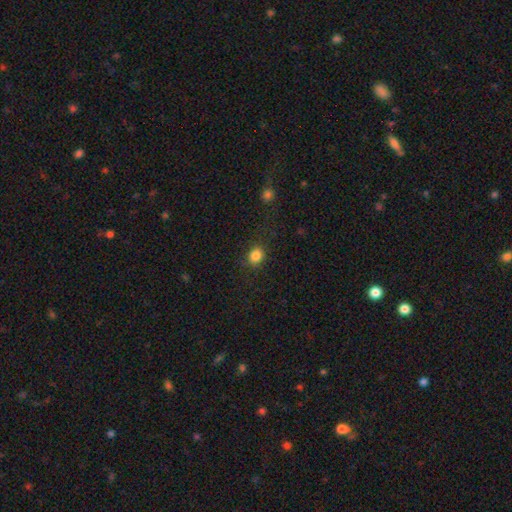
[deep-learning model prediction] Smooth or featured: smooth — 84% (star or artifact — 11%)
How rounded: round — 64% (in between — 35%)
Merging: none — 84% (minor disturbance — 10%)